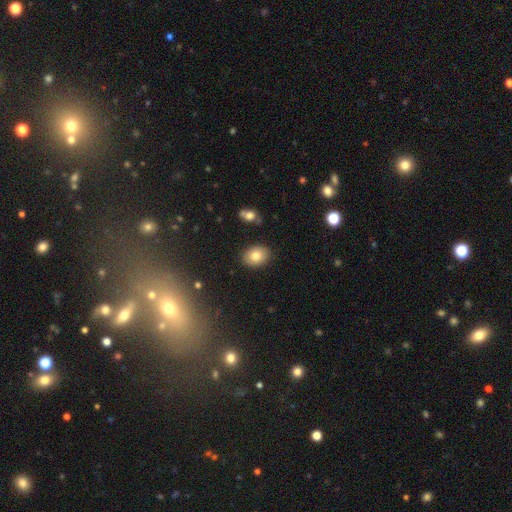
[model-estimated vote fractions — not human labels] The model was most divided on "how rounded": in between: 68%, round: 31%, cigar-shaped: 1%. More confident: merging — none (87%); smooth or featured — smooth (82%).